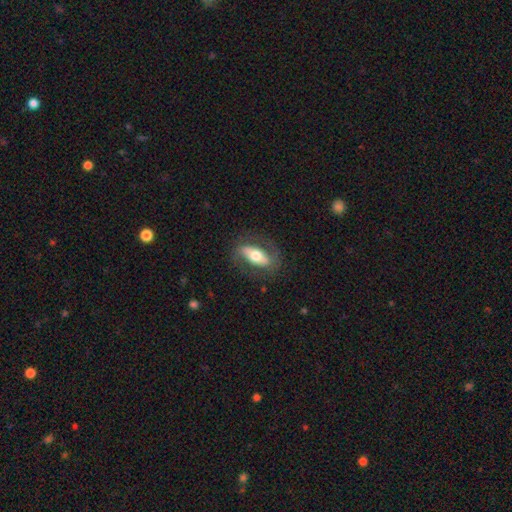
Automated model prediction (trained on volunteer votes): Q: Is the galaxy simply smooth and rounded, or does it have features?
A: featured or disk — 53%.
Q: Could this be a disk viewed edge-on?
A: no — 79%.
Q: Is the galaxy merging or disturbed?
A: none — 77%.